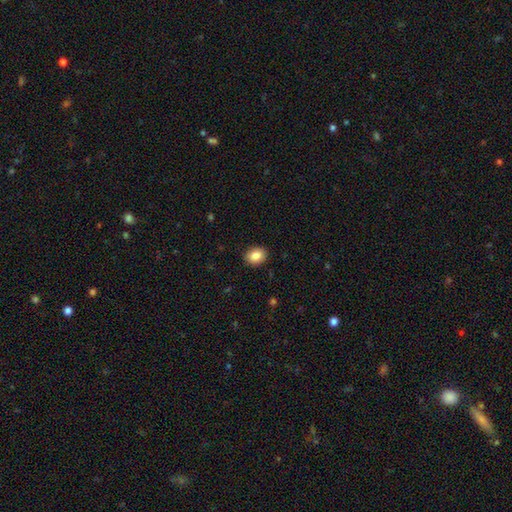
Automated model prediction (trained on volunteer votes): Smooth or featured: smooth — 87% (star or artifact — 8%)
How rounded: in between — 55% (round — 44%)
Merging: none — 90% (minor disturbance — 7%)